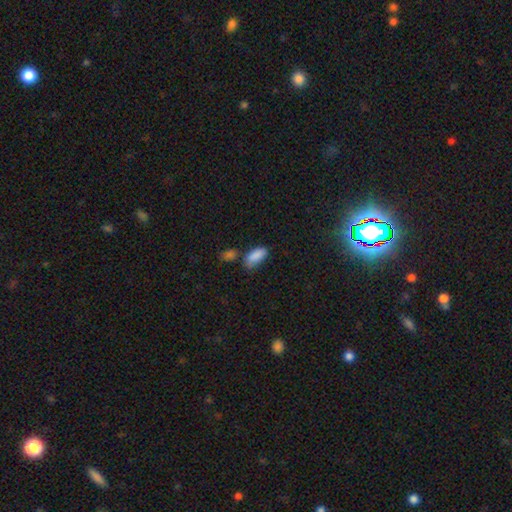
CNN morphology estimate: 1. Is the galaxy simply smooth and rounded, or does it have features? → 87% smooth, 8% star or artifact, 5% featured or disk.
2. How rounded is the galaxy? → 87% in between, 10% cigar-shaped, 3% round.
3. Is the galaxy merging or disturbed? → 55% none, 24% minor disturbance, 15% merger, 7% major disturbance.